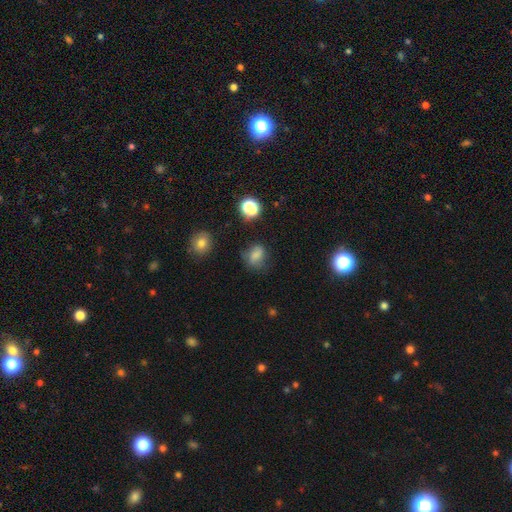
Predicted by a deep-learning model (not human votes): Smooth or featured: smooth — 69% (star or artifact — 16%)
How rounded: round — 52% (in between — 47%)
Merging: none — 61% (minor disturbance — 24%)